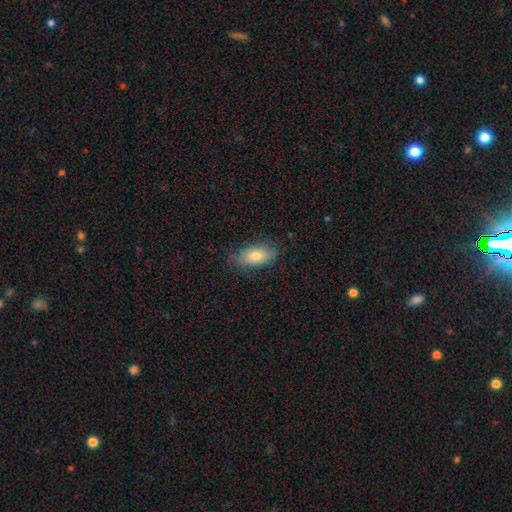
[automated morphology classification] smooth 80%, featured or disk 14%, star or artifact 7%. Down the decision tree: how rounded — in between (91%); merging — none (78%).